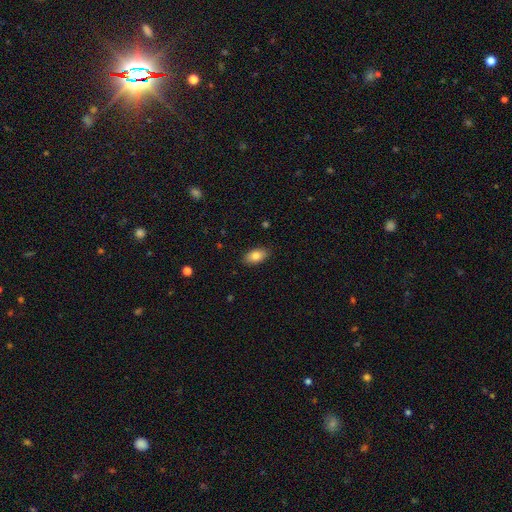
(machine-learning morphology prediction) Smooth or featured? smooth (83%)
How rounded? in between (92%)
Merging? none (87%)